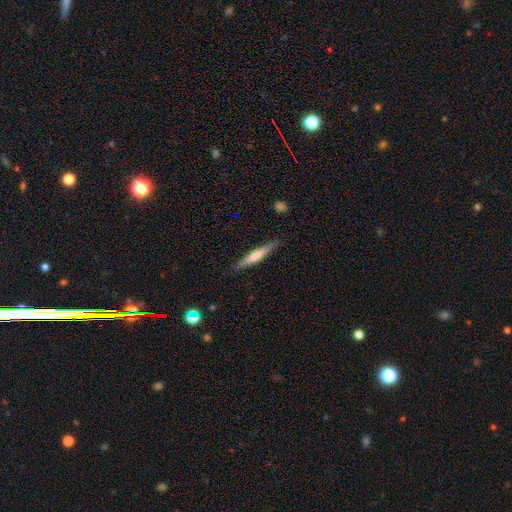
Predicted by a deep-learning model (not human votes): This is possibly a smooth galaxy (53%). How rounded: clearly cigar-shaped (91%). Merging: clearly none (87%).